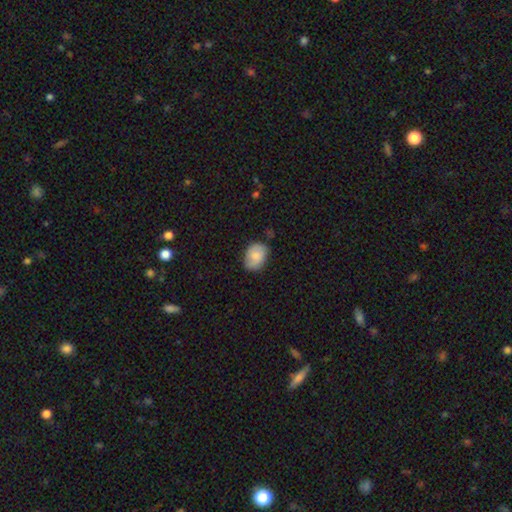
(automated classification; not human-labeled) Q: Smooth or featured?
A: smooth (76%); runner-up: featured or disk (17%)
Q: How rounded?
A: in between (67%); runner-up: round (32%)
Q: Merging?
A: none (67%); runner-up: minor disturbance (26%)